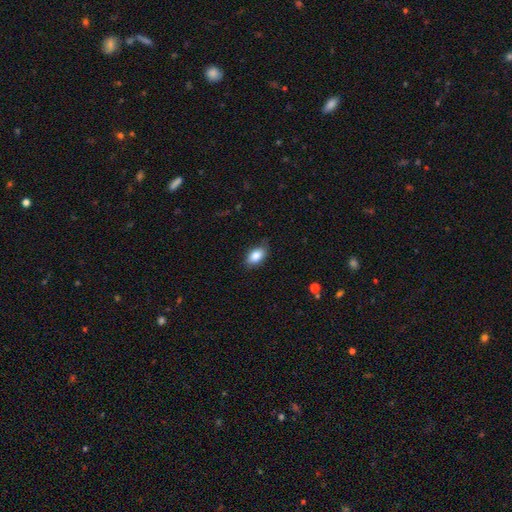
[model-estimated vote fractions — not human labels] smooth_or_featured: smooth (p=0.84) [alt: featured or disk p=0.09]
how_rounded: in between (p=0.91) [alt: round p=0.06]
merging: none (p=0.78) [alt: minor disturbance p=0.17]